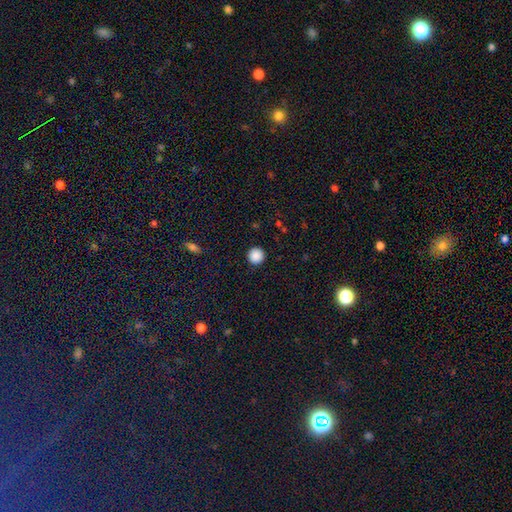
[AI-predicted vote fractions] Smooth or featured? Predicted: smooth (p=0.88). How rounded? Predicted: round (p=0.96). Merging? Predicted: none (p=0.93).